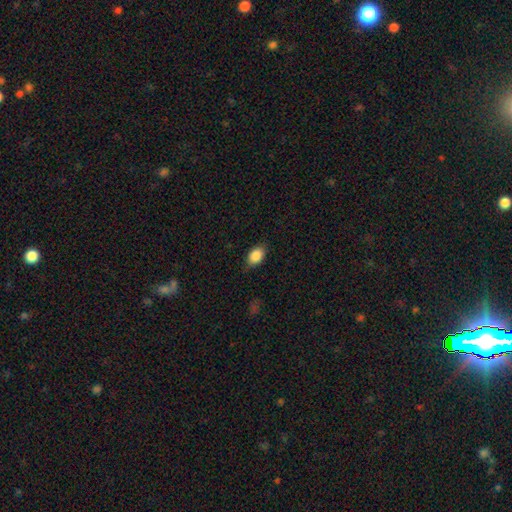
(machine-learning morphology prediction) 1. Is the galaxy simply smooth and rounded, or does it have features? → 87% smooth, 8% star or artifact, 5% featured or disk.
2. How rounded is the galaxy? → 85% in between, 13% round, 2% cigar-shaped.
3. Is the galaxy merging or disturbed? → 80% none, 16% minor disturbance, 3% major disturbance, 1% merger.